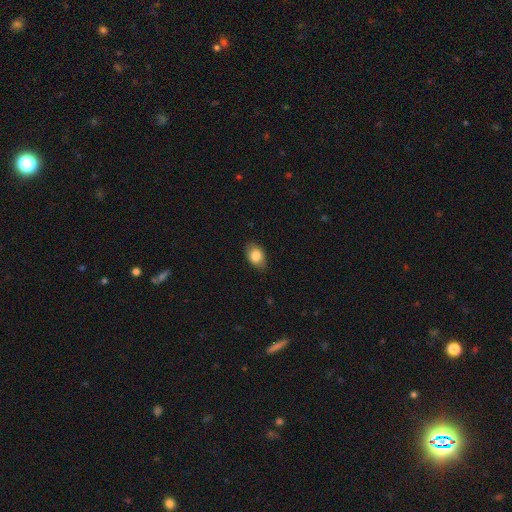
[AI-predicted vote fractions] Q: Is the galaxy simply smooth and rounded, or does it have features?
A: smooth — 84%.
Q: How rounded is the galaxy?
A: in between — 79%.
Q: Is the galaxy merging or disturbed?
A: none — 81%.